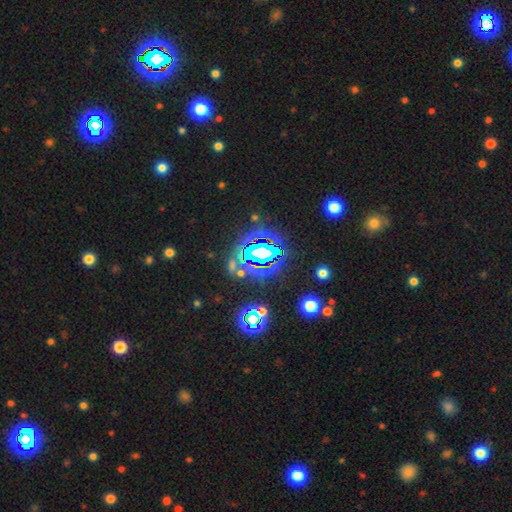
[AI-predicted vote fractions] smooth_or_featured: star or artifact (p=0.71) [alt: smooth p=0.17]